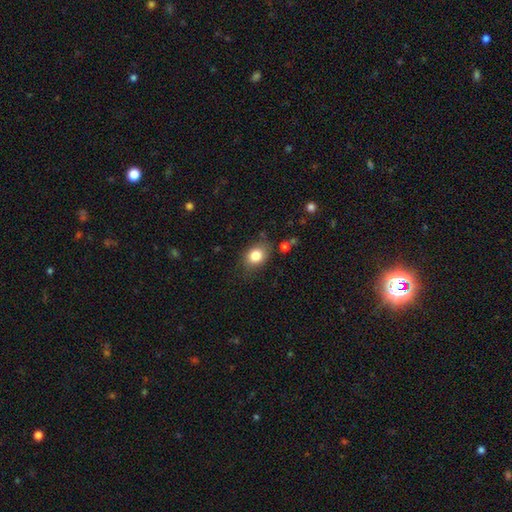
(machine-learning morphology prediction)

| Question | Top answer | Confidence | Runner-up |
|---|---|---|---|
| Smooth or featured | smooth | 82% | star or artifact (10%) |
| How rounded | in between | 56% | round (43%) |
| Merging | none | 78% | minor disturbance (16%) |